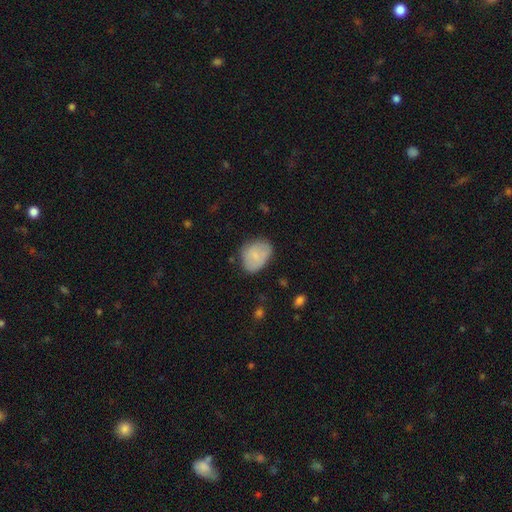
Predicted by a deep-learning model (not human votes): smooth_or_featured: smooth (p=0.77) [alt: featured or disk p=0.16]
how_rounded: in between (p=0.73) [alt: round p=0.25]
merging: none (p=0.60) [alt: minor disturbance p=0.29]